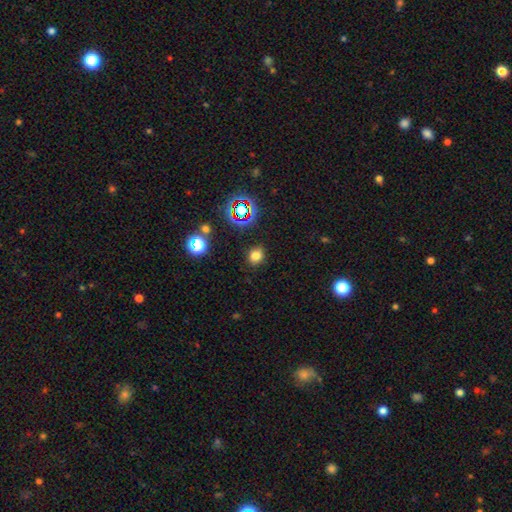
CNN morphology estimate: This appears to be a smooth galaxy with no disk features (75%) that is round (69%). Merging: none (88%).